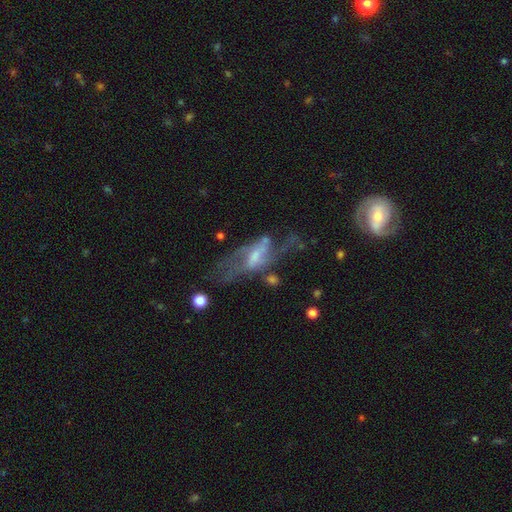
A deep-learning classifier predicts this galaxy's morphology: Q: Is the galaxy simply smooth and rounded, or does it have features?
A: featured or disk — 71%.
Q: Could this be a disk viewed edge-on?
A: no — 84%.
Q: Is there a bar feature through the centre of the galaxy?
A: weak — 44%.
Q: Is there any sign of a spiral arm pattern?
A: yes — 65%.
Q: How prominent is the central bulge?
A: small — 39%.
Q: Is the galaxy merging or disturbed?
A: major disturbance — 37%.